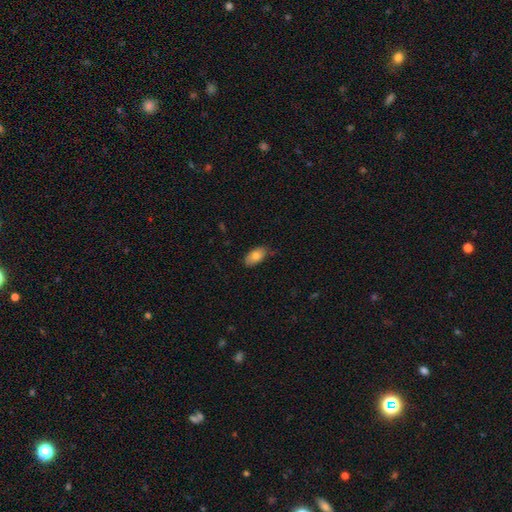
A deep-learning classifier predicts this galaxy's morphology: Smooth or featured? Predicted: smooth (p=0.80). How rounded? Predicted: in between (p=0.92). Merging? Predicted: none (p=0.71).